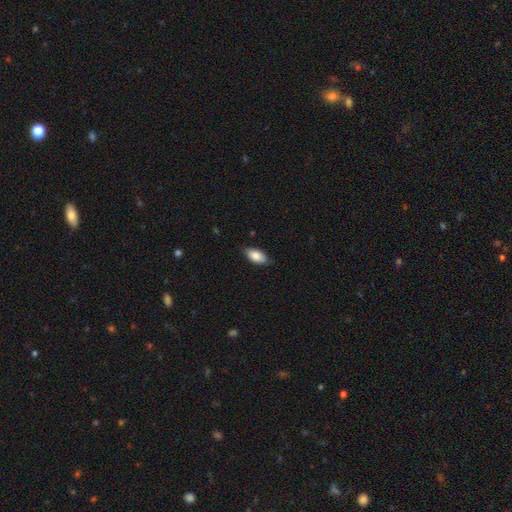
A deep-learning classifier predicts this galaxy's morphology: Overall: smooth (84%). How rounded: in between (93%). Merging: none (83%).